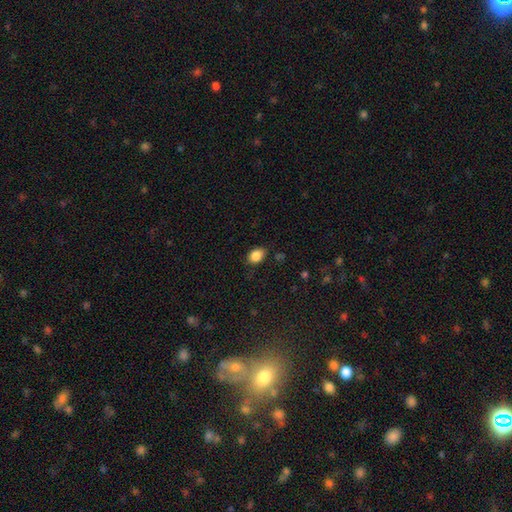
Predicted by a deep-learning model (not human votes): Smooth or featured: smooth — 86% (star or artifact — 9%)
How rounded: in between — 71% (round — 28%)
Merging: none — 79% (minor disturbance — 16%)